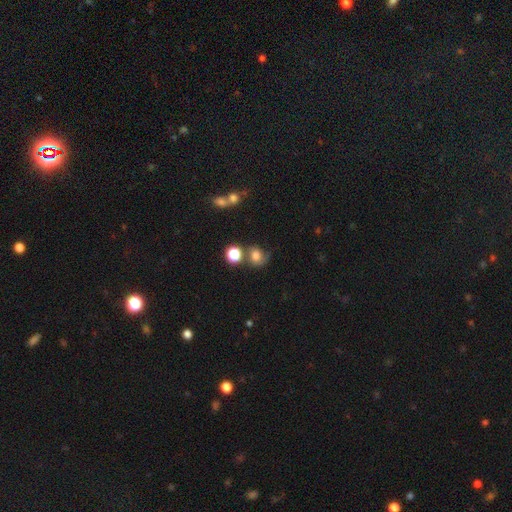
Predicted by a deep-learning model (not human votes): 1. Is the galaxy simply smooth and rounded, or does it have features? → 58% smooth, 27% featured or disk, 15% star or artifact.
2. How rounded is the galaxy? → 68% round, 31% in between, 1% cigar-shaped.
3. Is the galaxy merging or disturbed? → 42% none, 21% minor disturbance, 20% major disturbance, 17% merger.